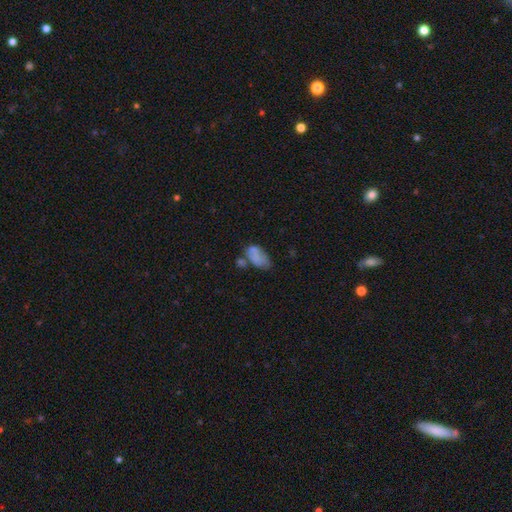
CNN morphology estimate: Smooth or featured?
  - smooth: 70% *
  - featured or disk: 19%
  - star or artifact: 11%
How rounded?
  - in between: 92% *
  - round: 6%
  - cigar-shaped: 3%
Merging?
  - none: 33% *
  - minor disturbance: 26%
  - merger: 23%
  - major disturbance: 19%